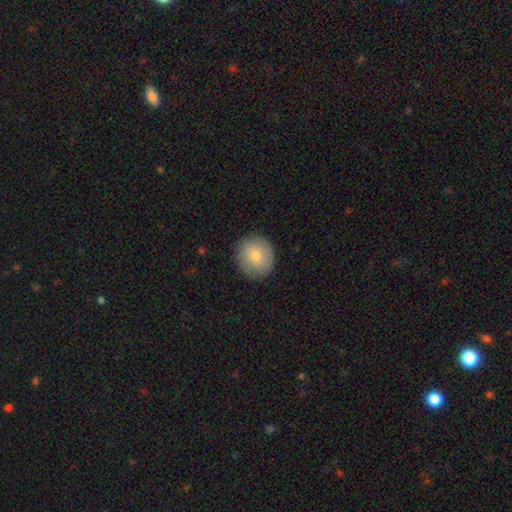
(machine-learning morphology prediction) This is likely a smooth galaxy (74%). How rounded: clearly round (85%). Merging: clearly none (87%).